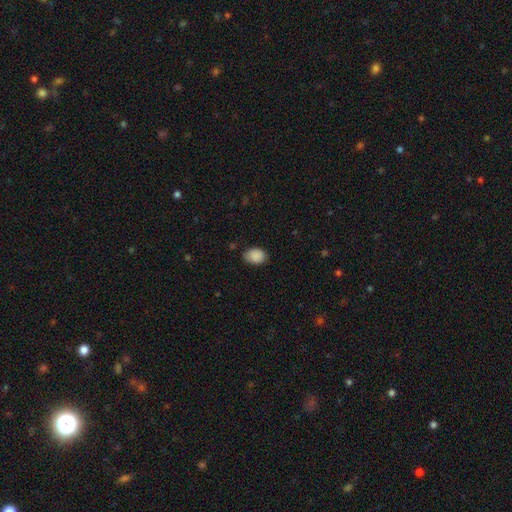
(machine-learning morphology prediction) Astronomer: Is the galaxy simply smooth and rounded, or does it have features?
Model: smooth — 89%.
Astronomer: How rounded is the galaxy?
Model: in between — 73%.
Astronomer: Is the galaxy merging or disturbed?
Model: none — 80%.